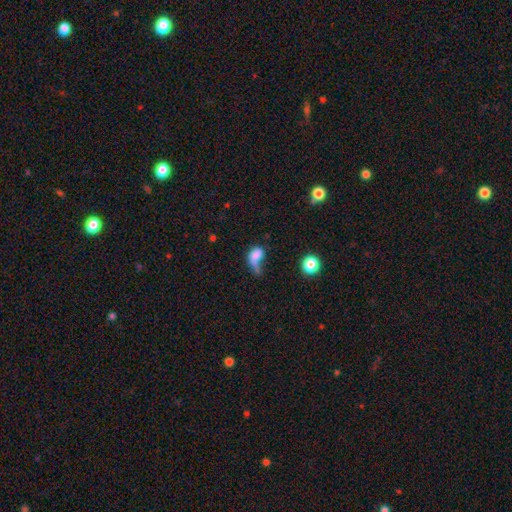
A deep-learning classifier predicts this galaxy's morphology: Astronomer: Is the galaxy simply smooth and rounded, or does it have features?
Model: smooth — 67%.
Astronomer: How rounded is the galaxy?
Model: in between — 70%.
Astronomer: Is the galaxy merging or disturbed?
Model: major disturbance — 43% (runner-up: none, 22%).